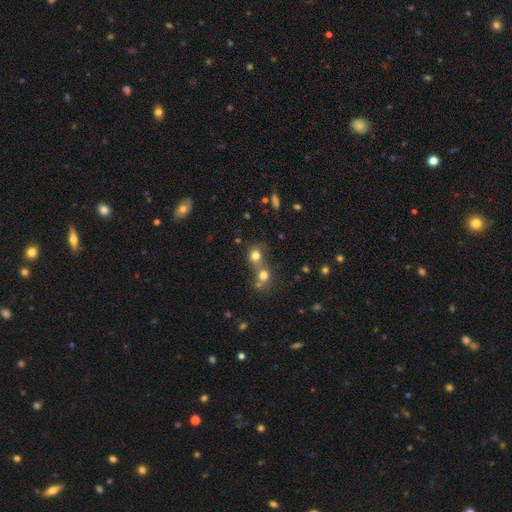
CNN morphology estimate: Overall: smooth (74%). How rounded: round (77%). Merging: merger (51%; none 37%).